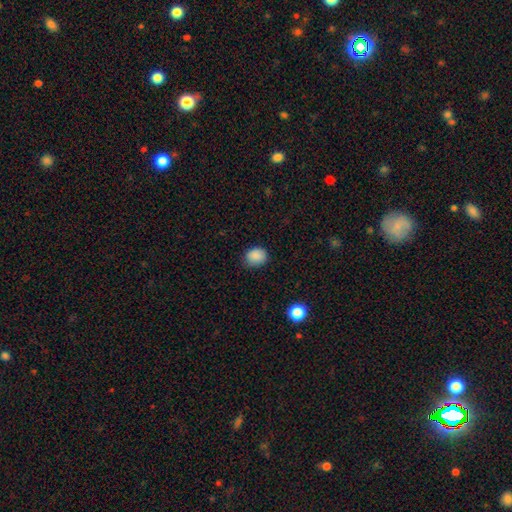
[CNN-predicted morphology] A smooth galaxy with no disk features (88%) that is round (51%). Merging: none (79%).